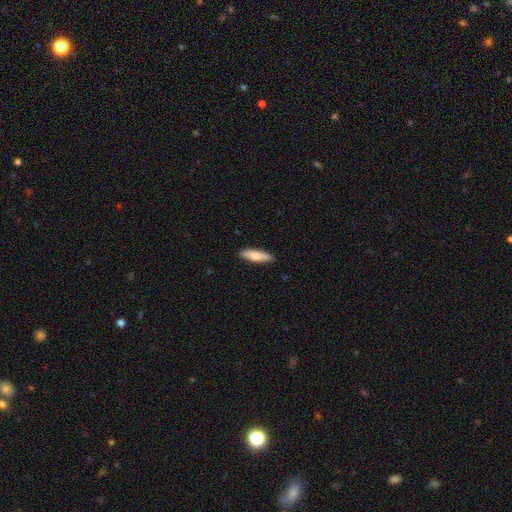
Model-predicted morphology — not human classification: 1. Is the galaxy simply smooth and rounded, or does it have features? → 76% smooth, 19% featured or disk, 5% star or artifact.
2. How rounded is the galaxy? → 61% cigar-shaped, 38% in between, 2% round.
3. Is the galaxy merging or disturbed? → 87% none, 10% minor disturbance, 2% major disturbance, 1% merger.